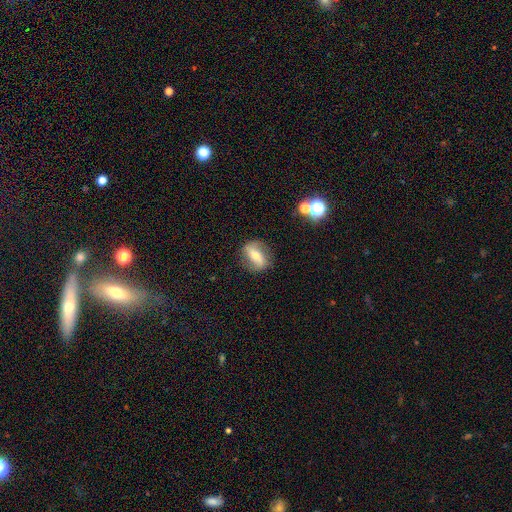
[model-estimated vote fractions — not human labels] Morphology: type=featured or disk (52%); edge-on=no (84%); merging=none (80%).